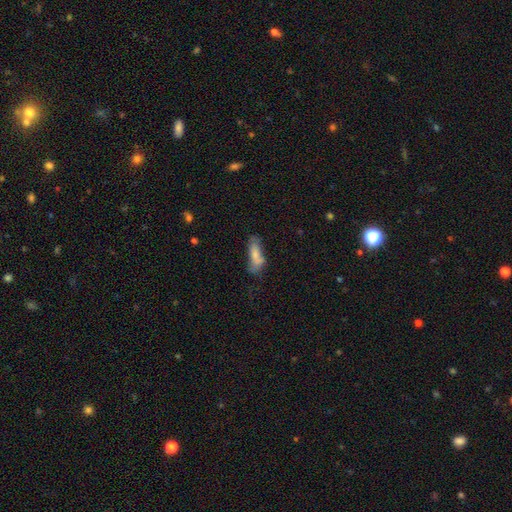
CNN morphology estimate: smooth 71%, featured or disk 21%, star or artifact 8%. Down the decision tree: how rounded — in between (64%); merging — none (42%).